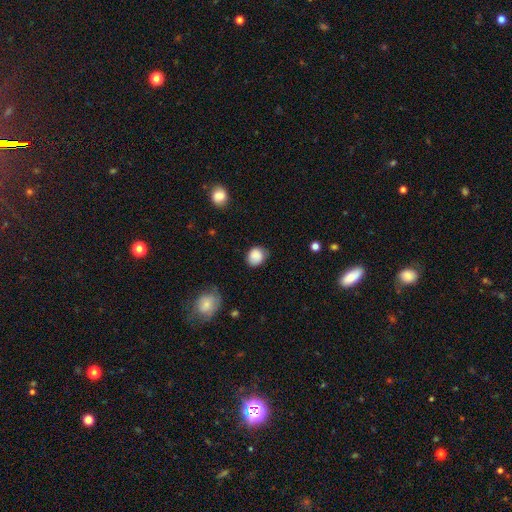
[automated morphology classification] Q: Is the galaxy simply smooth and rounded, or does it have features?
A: smooth — 86%.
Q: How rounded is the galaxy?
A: round — 67%.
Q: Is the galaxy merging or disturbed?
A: none — 70%.